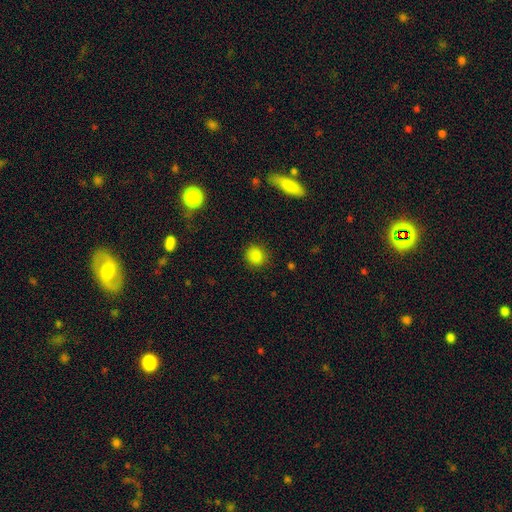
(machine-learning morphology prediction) Q: Smooth or featured?
A: smooth (85%); runner-up: star or artifact (12%)
Q: How rounded?
A: round (85%); runner-up: in between (14%)
Q: Merging?
A: none (88%); runner-up: minor disturbance (8%)